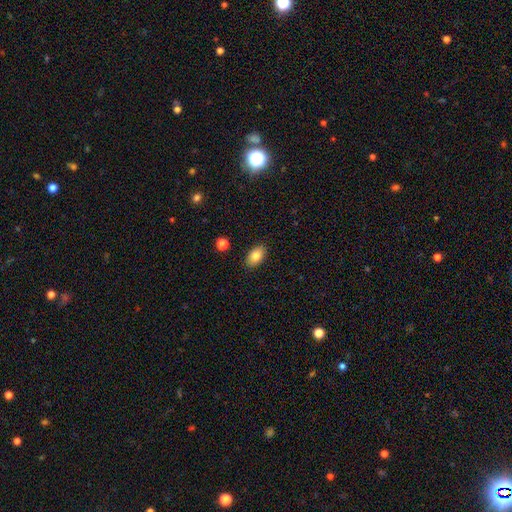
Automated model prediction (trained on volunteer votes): Overall: smooth (83%). How rounded: in between (90%). Merging: none (88%).